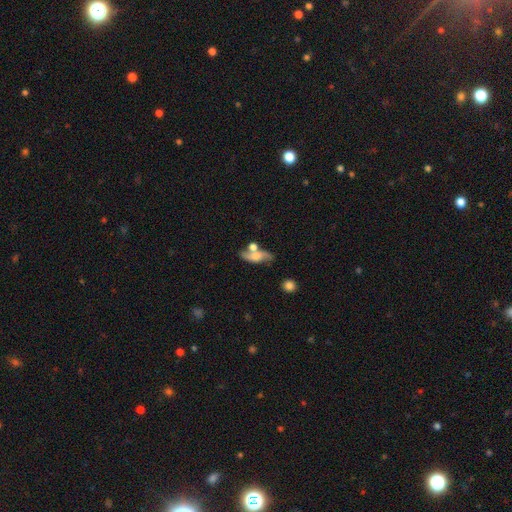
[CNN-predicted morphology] A featured or disk galaxy (61%) with no bar (61%), spiral arms (85%) and a moderate central bulge (42%). Merging: none (51%).